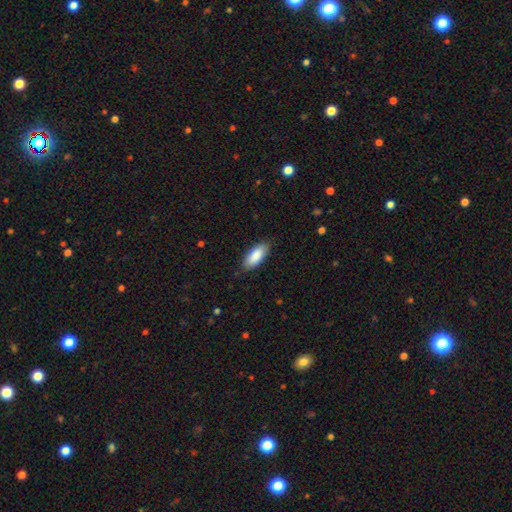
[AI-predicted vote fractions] smooth 88%, featured or disk 6%, star or artifact 6%. Down the decision tree: how rounded — in between (84%); merging — none (84%).